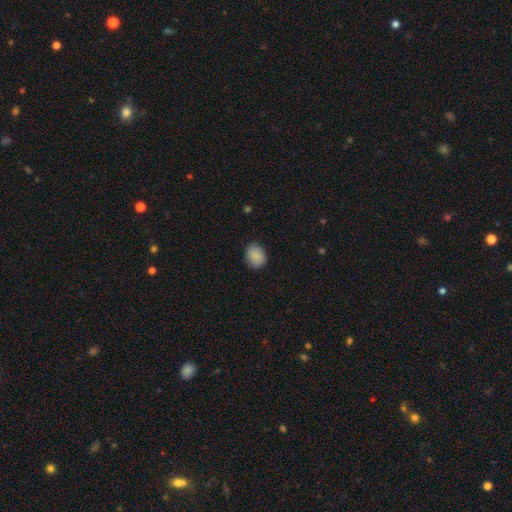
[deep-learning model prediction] smooth-or-featured: smooth: 87% | star or artifact: 7% | featured or disk: 6%
  how-rounded: round: 53% | in between: 46% | cigar-shaped: 1%
  merging: none: 85% | minor disturbance: 12% | major disturbance: 3% | merger: 1%